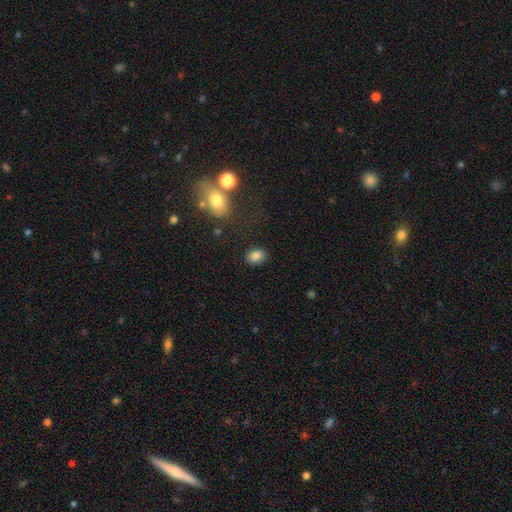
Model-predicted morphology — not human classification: The model was most divided on "how rounded": in between: 67%, round: 32%, cigar-shaped: 1%. More confident: merging — none (85%); smooth or featured — smooth (84%).